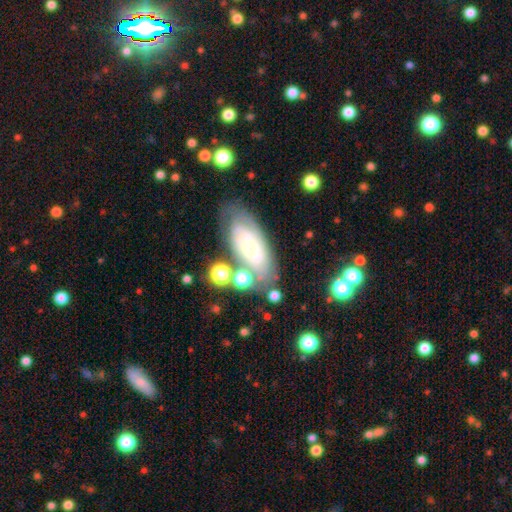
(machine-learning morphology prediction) type=featured or disk (53%); edge-on=no (86%); merging=none (60%).